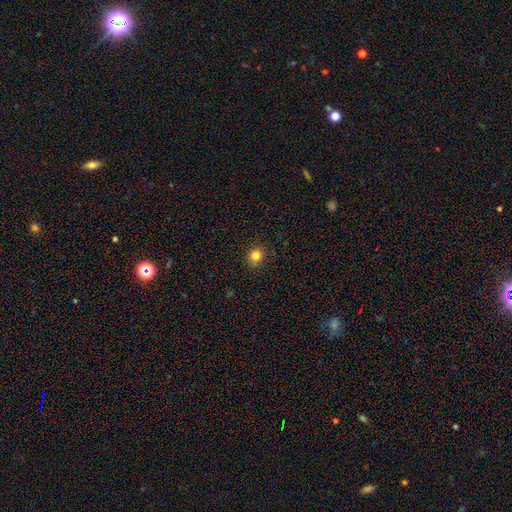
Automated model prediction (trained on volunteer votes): This is clearly a smooth galaxy (82%). How rounded: likely round (79%). Merging: clearly none (88%).